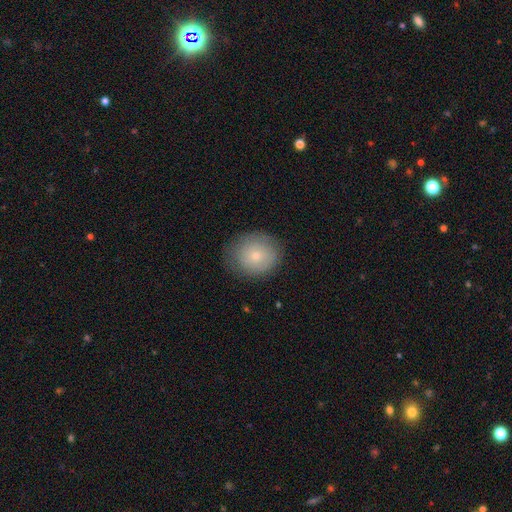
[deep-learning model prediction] Smooth or featured? smooth (72%)
How rounded? round (72%)
Merging? none (78%)